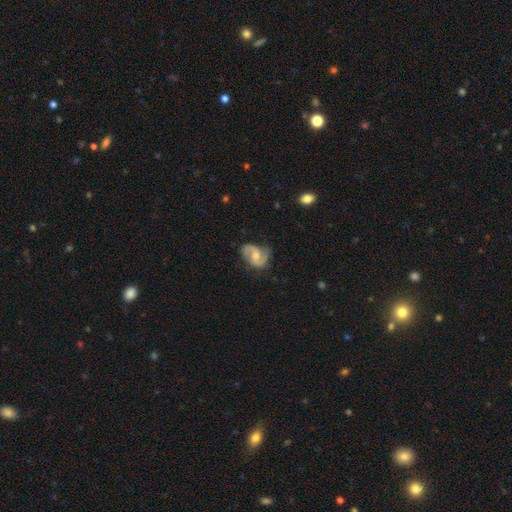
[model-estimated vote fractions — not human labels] smooth-or-featured: featured or disk: 82% | smooth: 12% | star or artifact: 6%
  disk-edge-on: no: 98% | yes: 2%
    bar: weak: 48% | no: 39% | strong: 13%
    has-spiral-arms: yes: 96% | no: 4%
      spiral-winding: medium: 50% | loose: 33% | tight: 17%
      spiral-arm-count: 2: 90% | can't tell: 4% | 1: 3% | 3: 1% | 4: 1% | more than 4: 1%
    bulge-size: moderate: 54% | small: 35% | none: 6% | large: 4% | dominant: 1%
  merging: none: 69% | minor disturbance: 21% | major disturbance: 8% | merger: 2%